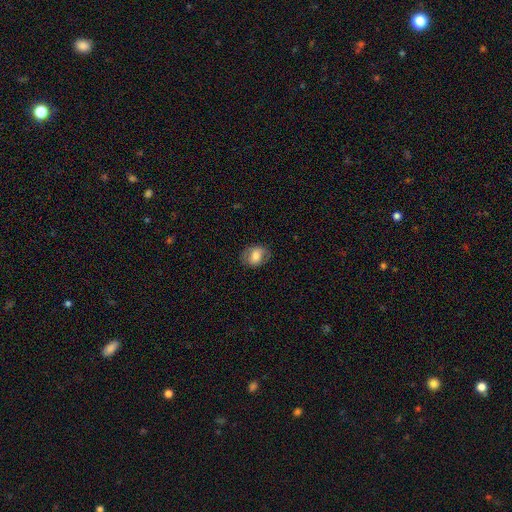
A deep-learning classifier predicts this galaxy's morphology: The model was most divided on "how rounded": in between: 62%, round: 37%, cigar-shaped: 1%. More confident: merging — none (78%); smooth or featured — smooth (69%).